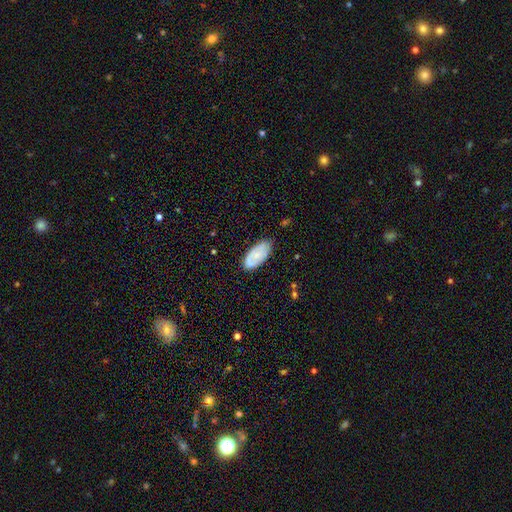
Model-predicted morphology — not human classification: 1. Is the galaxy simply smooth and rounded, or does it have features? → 62% smooth, 32% featured or disk, 7% star or artifact.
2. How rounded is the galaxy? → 92% in between, 5% cigar-shaped, 2% round.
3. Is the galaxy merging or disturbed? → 74% none, 21% minor disturbance, 4% major disturbance, 2% merger.